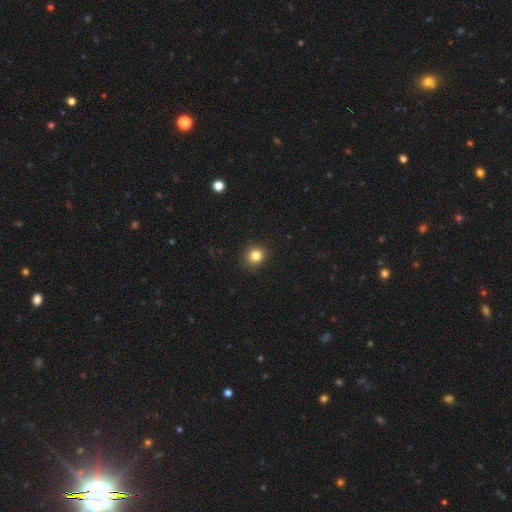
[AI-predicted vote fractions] Q: Smooth or featured?
A: smooth (83%); runner-up: star or artifact (12%)
Q: How rounded?
A: round (85%); runner-up: in between (14%)
Q: Merging?
A: none (91%); runner-up: minor disturbance (6%)